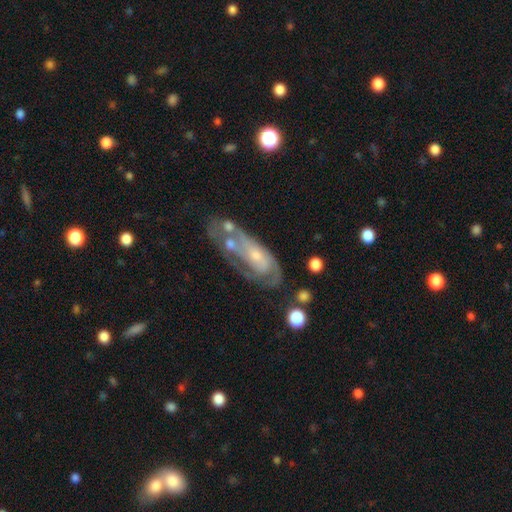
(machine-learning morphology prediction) Smooth or featured?
  - featured or disk: 75% *
  - smooth: 18%
  - star or artifact: 7%
Edge-on disk?
  - no: 89% *
  - yes: 11%
Bar?
  - no: 70% *
  - weak: 24%
  - strong: 6%
Spiral arms?
  - yes: 78% *
  - no: 22%
Spiral winding?
  - tight: 51% *
  - medium: 35%
  - loose: 14%
Spiral arm count?
  - can't tell: 42% *
  - 2: 31%
  - 1: 13%
  - 3: 9%
  - 4: 3%
  - more than 4: 2%
Bulge size?
  - small: 61% *
  - moderate: 29%
  - none: 7%
  - large: 3%
  - dominant: 1%
Merging?
  - none: 39% *
  - major disturbance: 23%
  - minor disturbance: 22%
  - merger: 16%